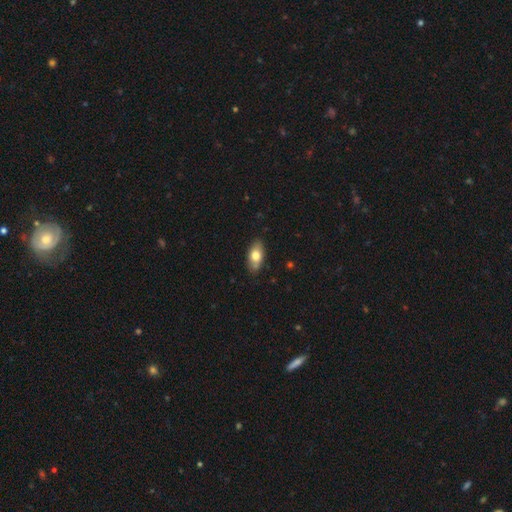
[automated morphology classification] Smooth or featured: smooth — 73% (featured or disk — 20%)
How rounded: in between — 90% (cigar-shaped — 6%)
Merging: none — 82% (minor disturbance — 14%)